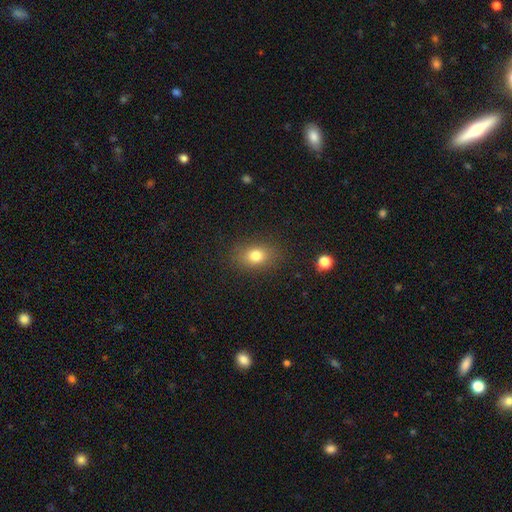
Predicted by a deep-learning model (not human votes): Smooth or featured: smooth — 79% (star or artifact — 12%)
How rounded: in between — 66% (round — 32%)
Merging: none — 85% (minor disturbance — 11%)